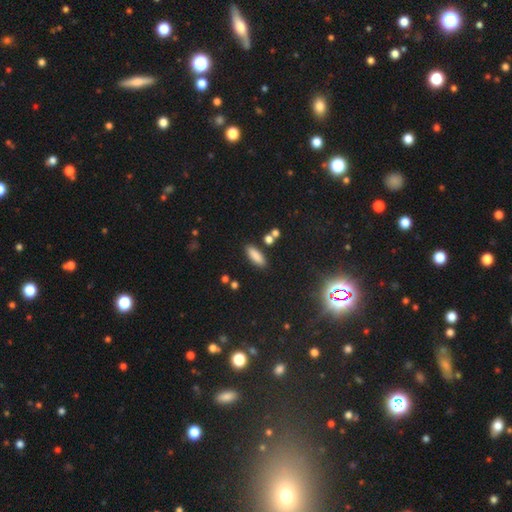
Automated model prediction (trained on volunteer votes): Smooth or featured? Predicted: smooth (p=0.84). How rounded? Predicted: in between (p=0.61). Merging? Predicted: none (p=0.84).